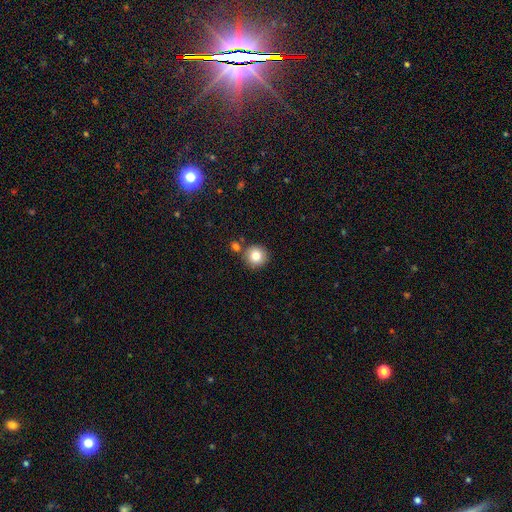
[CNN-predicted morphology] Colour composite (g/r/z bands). It shows a smooth galaxy with no disk features (83%) that is round (94%). Merging: none (76%).